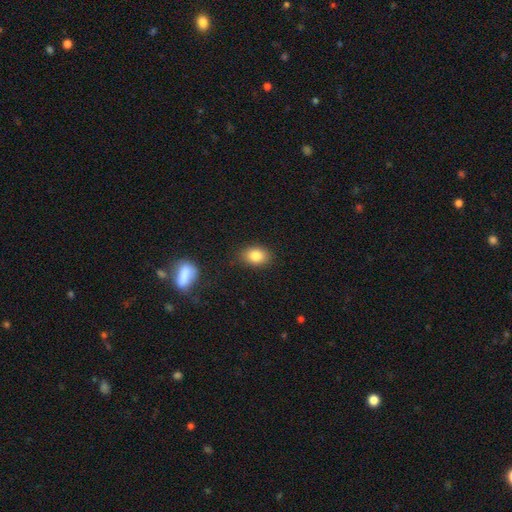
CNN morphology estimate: type=smooth (83%); roundness=in between (74%); merging=none (84%).